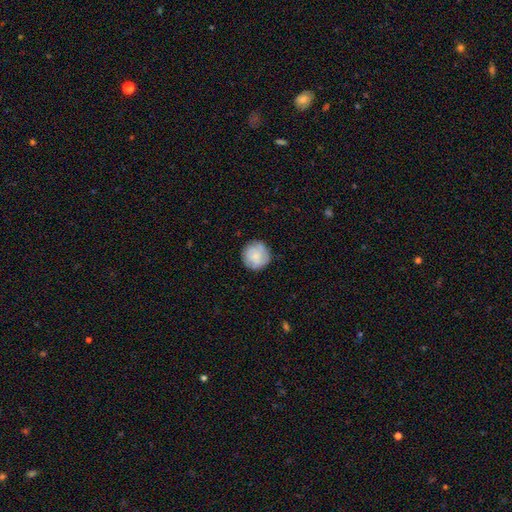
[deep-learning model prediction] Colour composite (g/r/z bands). It shows a smooth galaxy with no disk features (72%) that is round (94%). Merging: none (82%).